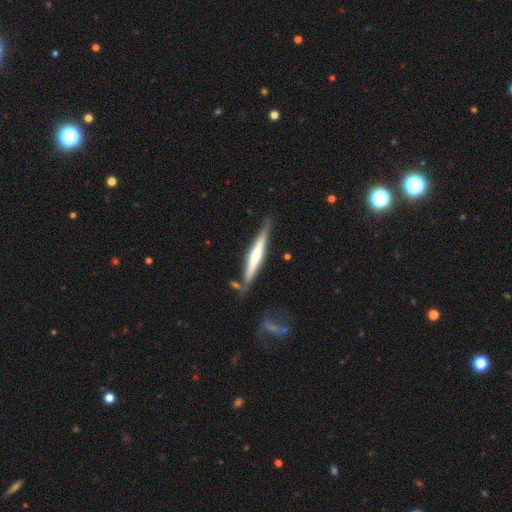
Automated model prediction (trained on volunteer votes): This is possibly a featured or disk galaxy (57%). It is clearly viewed edge-on (95%). Edge-on bulge: possibly rounded (48%). Merging: likely none (74%).